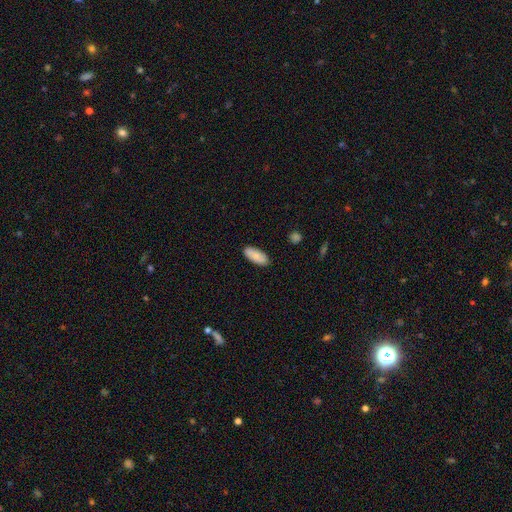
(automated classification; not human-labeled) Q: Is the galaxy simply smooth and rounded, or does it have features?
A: smooth — 84%.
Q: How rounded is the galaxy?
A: in between — 85%.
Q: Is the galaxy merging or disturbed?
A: none — 87%.